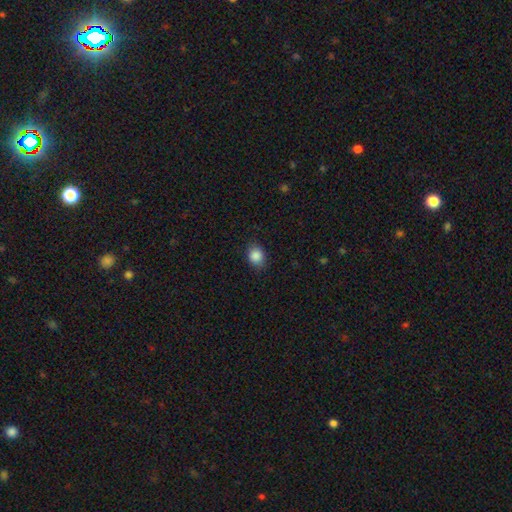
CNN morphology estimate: Smooth or featured?
  - smooth: 87% *
  - star or artifact: 9%
  - featured or disk: 4%
How rounded?
  - round: 58% *
  - in between: 41%
  - cigar-shaped: 1%
Merging?
  - none: 82% *
  - minor disturbance: 14%
  - major disturbance: 3%
  - merger: 1%